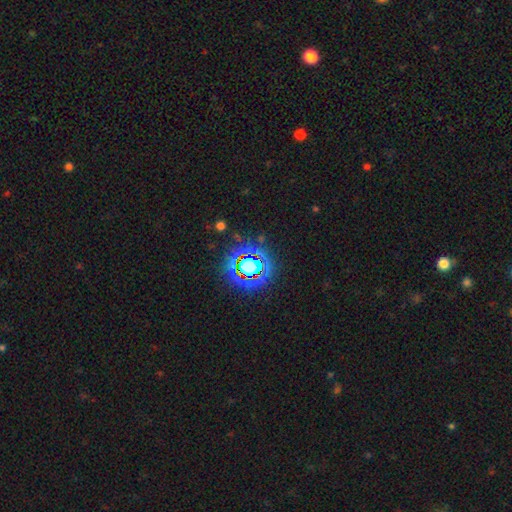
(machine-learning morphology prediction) Smooth or featured? Predicted: star or artifact (p=0.82).